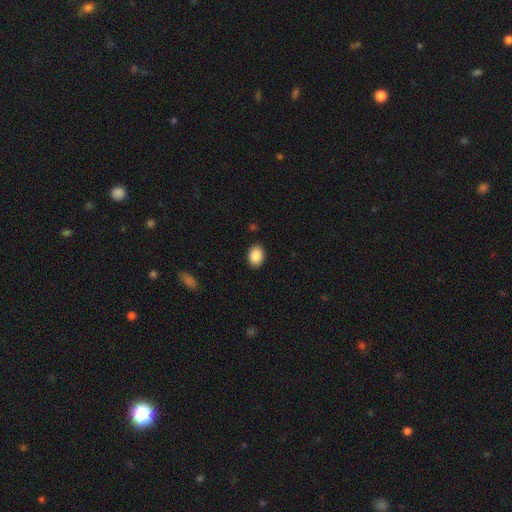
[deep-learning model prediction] Smooth or featured? Predicted: smooth (p=0.88). How rounded? Predicted: in between (p=0.71). Merging? Predicted: none (p=0.90).